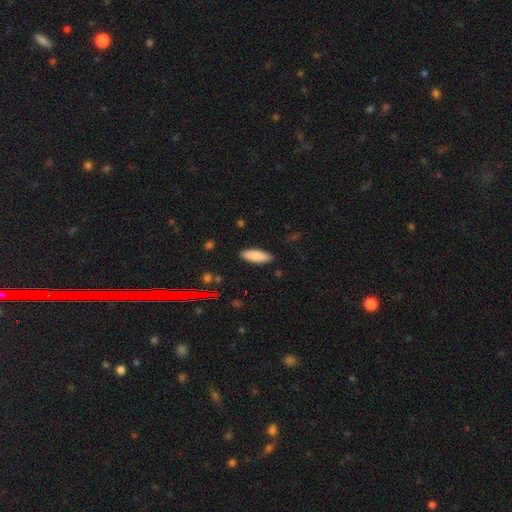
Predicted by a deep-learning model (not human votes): A smooth galaxy with no disk features (85%) that is in between round and cigar-shaped (65%).

Vote fractions:
- Smooth or featured? smooth: 85% / featured or disk: 8% / star or artifact: 7%
- How rounded? in between: 65% / cigar-shaped: 33% / round: 2%
- Merging? none: 88% / minor disturbance: 9% / major disturbance: 2% / merger: 1%